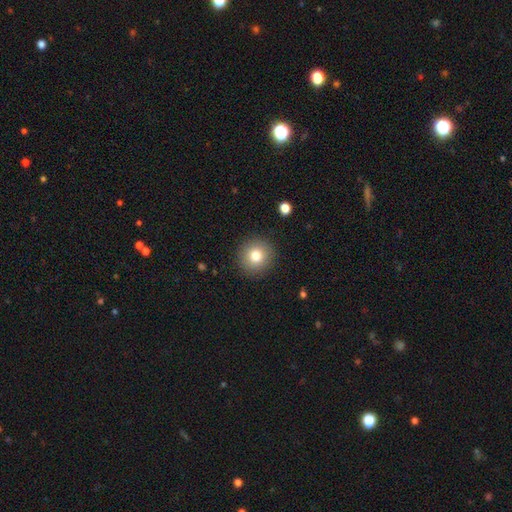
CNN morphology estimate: Smooth or featured? Predicted: smooth (p=0.79). How rounded? Predicted: round (p=0.93). Merging? Predicted: none (p=0.91).